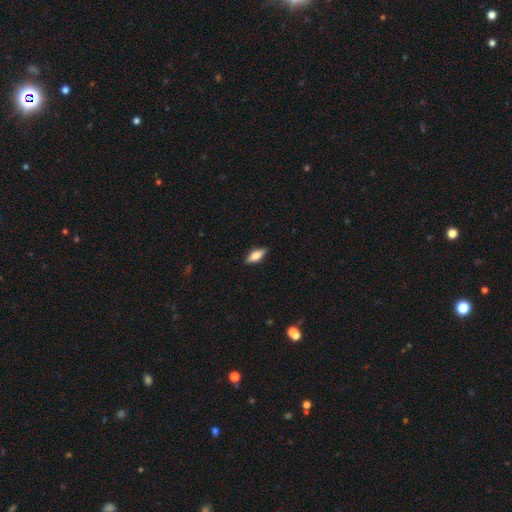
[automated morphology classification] Overall: smooth (62%; featured or disk 32%). How rounded: in between (70%). Merging: none (88%).